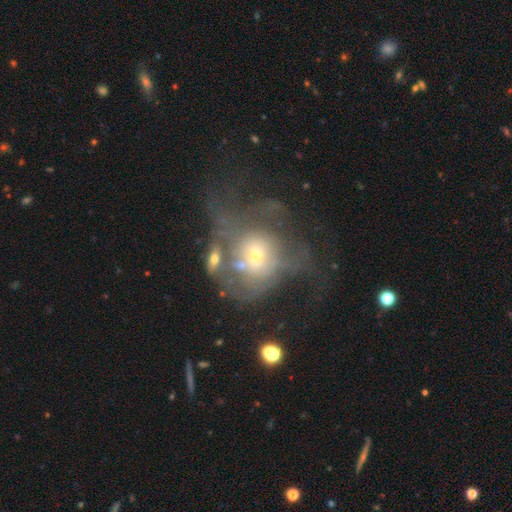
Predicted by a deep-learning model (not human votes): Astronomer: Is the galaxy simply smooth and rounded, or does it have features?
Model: featured or disk — 52% (runner-up: smooth, 35%).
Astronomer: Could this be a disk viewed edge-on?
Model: no — 95%.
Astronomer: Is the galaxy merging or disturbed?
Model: major disturbance — 48%.